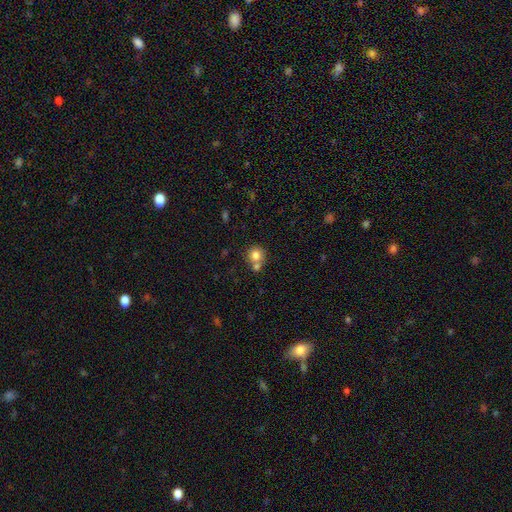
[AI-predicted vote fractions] Smooth or featured?
  - smooth: 79% *
  - star or artifact: 11%
  - featured or disk: 10%
How rounded?
  - round: 89% *
  - in between: 10%
  - cigar-shaped: 1%
Merging?
  - none: 51% *
  - merger: 37%
  - minor disturbance: 9%
  - major disturbance: 3%